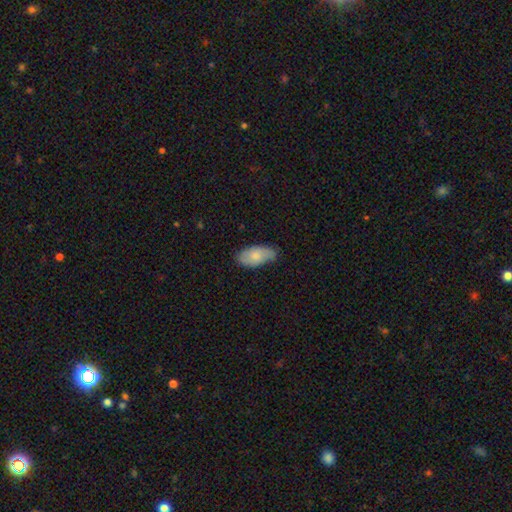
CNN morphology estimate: Overall: smooth (73%). How rounded: in between (94%). Merging: none (68%).